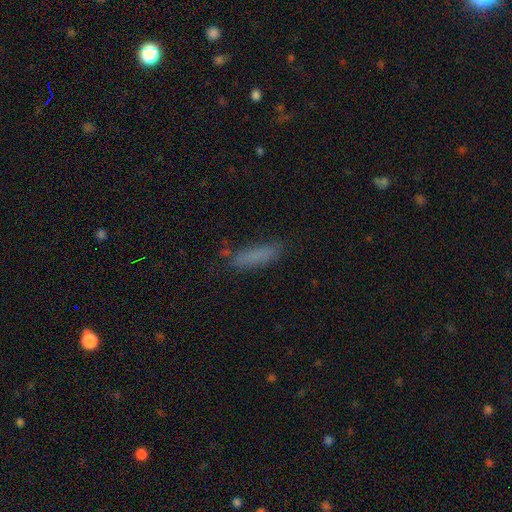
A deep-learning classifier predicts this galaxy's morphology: Overall: smooth (80%). How rounded: cigar-shaped (72%). Merging: none (76%).